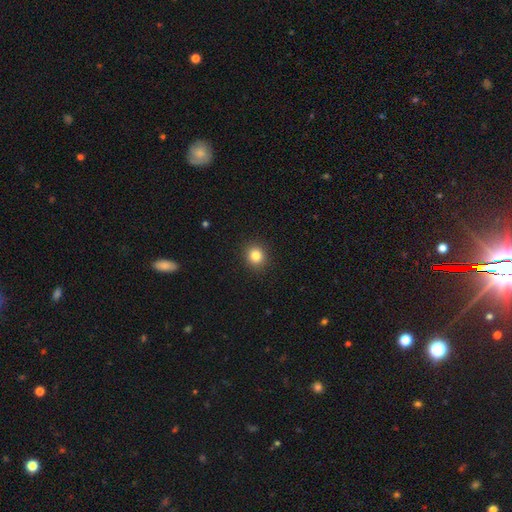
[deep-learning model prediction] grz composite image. It shows a smooth galaxy with no disk features (83%) that is round (86%). Merging: none (92%).